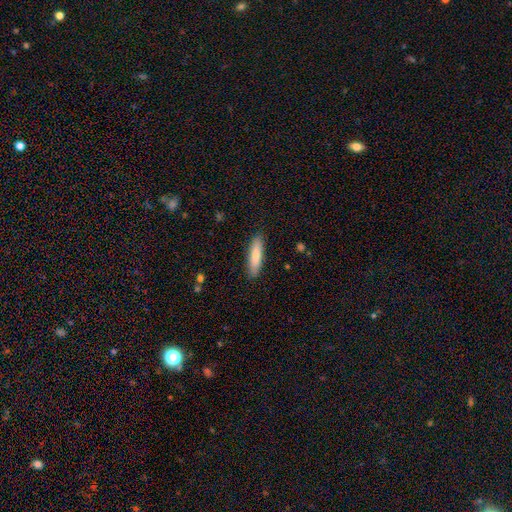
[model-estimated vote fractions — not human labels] Smooth or featured: smooth — 81% (featured or disk — 14%)
How rounded: cigar-shaped — 73% (in between — 26%)
Merging: none — 89% (minor disturbance — 8%)